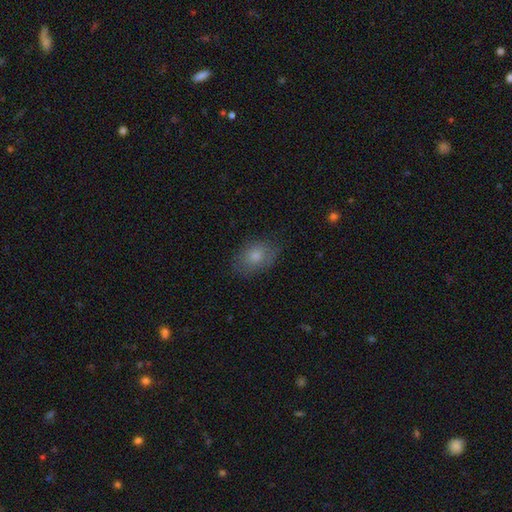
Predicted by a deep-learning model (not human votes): This is likely a smooth galaxy (76%). How rounded: likely in between (77%). Merging: likely none (75%).